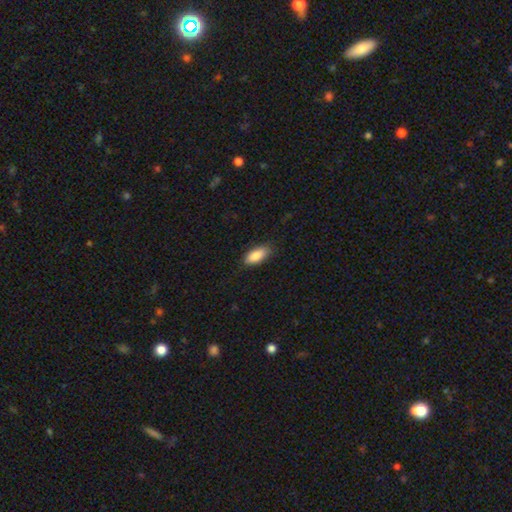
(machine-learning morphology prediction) A smooth galaxy with no disk features (87%) that is in between round and cigar-shaped (86%).

Vote fractions:
- Smooth or featured? smooth: 87% / featured or disk: 7% / star or artifact: 6%
- How rounded? in between: 86% / cigar-shaped: 12% / round: 2%
- Merging? none: 83% / minor disturbance: 14% / major disturbance: 3% / merger: 1%